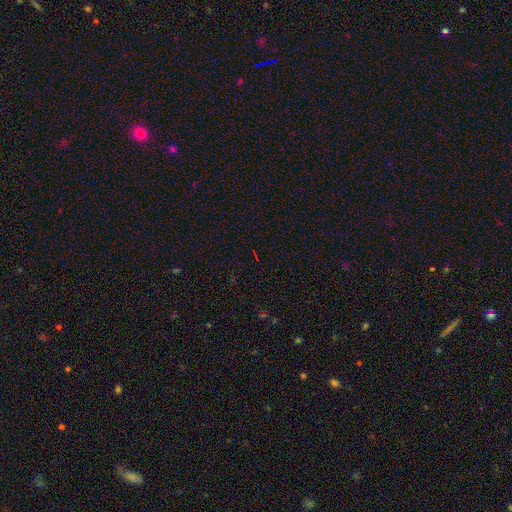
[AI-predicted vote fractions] A star or artifact, not a galaxy (75%).